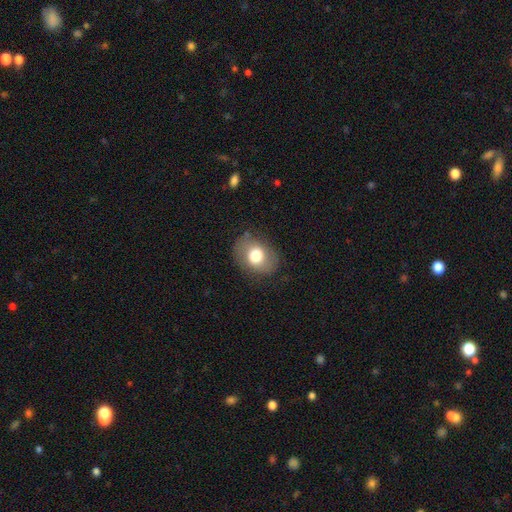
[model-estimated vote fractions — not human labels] smooth_or_featured: smooth (p=0.71) [alt: featured or disk p=0.21]
how_rounded: in between (p=0.57) [alt: round p=0.42]
merging: none (p=0.76) [alt: minor disturbance p=0.16]